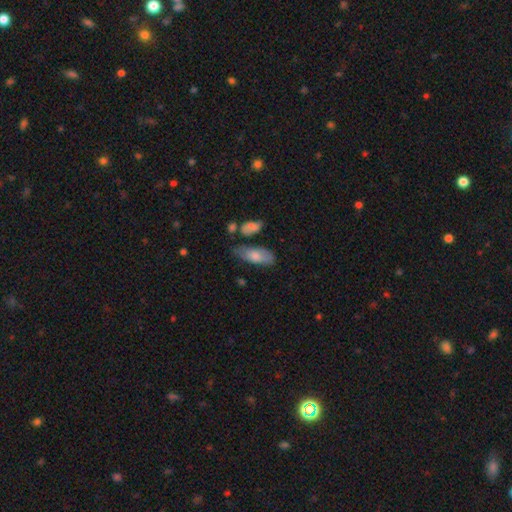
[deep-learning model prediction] A smooth galaxy with no disk features (72%) that is in between round and cigar-shaped (76%). Merging: none (56%).